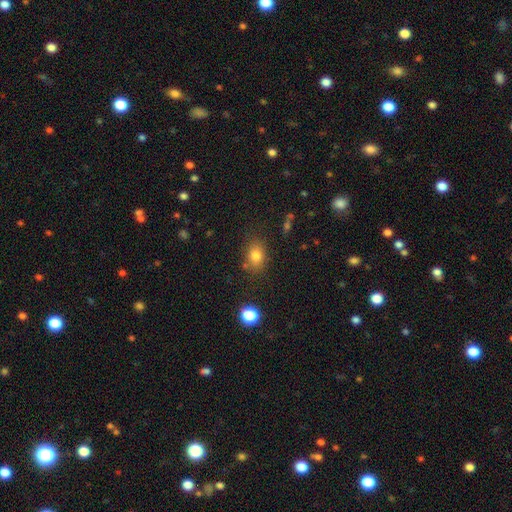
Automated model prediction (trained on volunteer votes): Smooth or featured?
  - smooth: 80% *
  - star or artifact: 12%
  - featured or disk: 8%
How rounded?
  - in between: 66% *
  - round: 33%
  - cigar-shaped: 1%
Merging?
  - none: 78% *
  - minor disturbance: 13%
  - merger: 4%
  - major disturbance: 4%